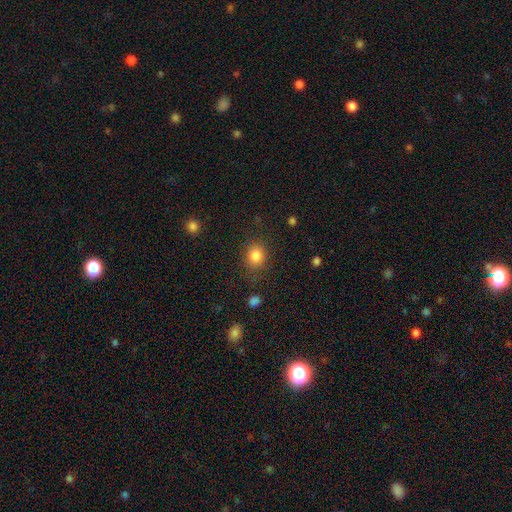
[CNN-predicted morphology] Smooth or featured? smooth (84%)
How rounded? round (72%)
Merging? none (84%)